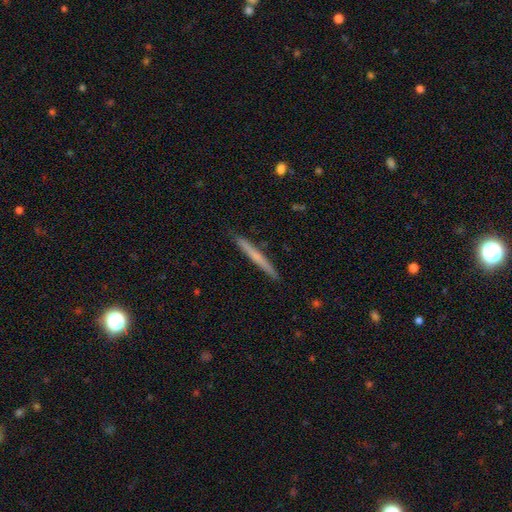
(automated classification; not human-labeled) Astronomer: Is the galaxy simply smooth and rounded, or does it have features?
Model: smooth — 57% (runner-up: featured or disk, 38%).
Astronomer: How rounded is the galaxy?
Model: cigar-shaped — 97%.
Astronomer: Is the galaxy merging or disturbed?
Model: none — 91%.